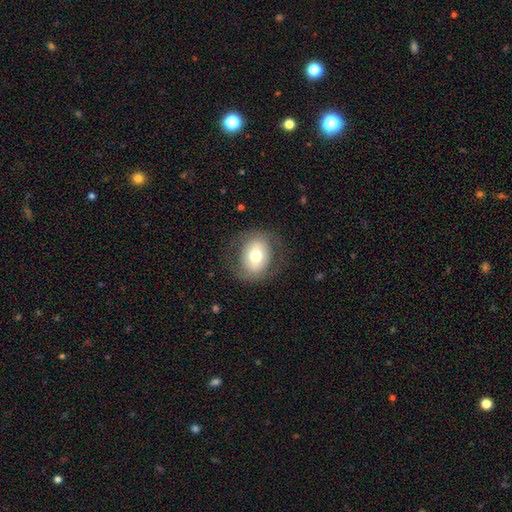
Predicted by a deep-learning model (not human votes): smooth_or_featured: smooth (p=0.60) [alt: featured or disk p=0.33]
how_rounded: in between (p=0.50) [alt: round p=0.49]
merging: none (p=0.76) [alt: minor disturbance p=0.14]